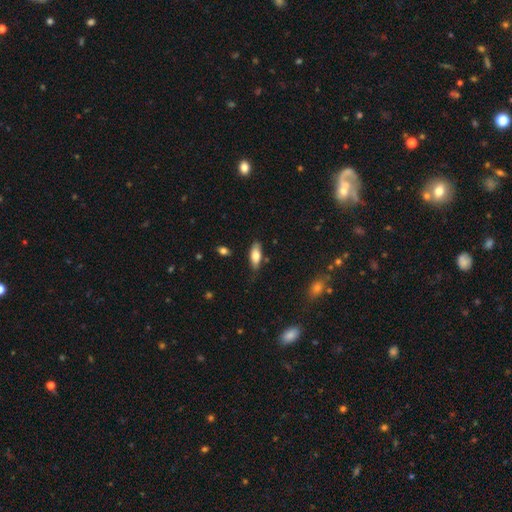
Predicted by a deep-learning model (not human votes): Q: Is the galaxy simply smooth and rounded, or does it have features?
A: smooth — 75%.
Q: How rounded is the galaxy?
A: in between — 79%.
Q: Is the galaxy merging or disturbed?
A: none — 73%.